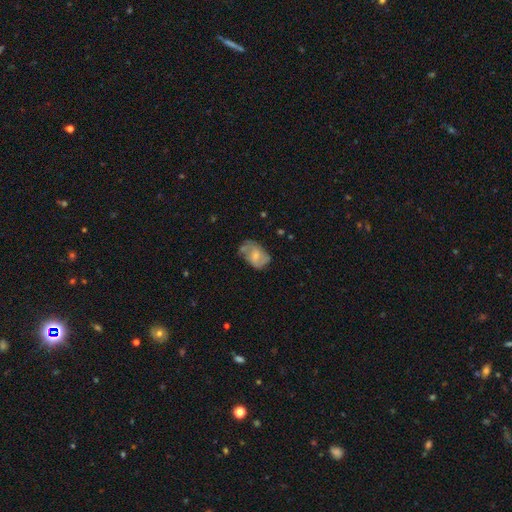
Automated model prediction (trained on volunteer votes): Smooth or featured? Predicted: featured or disk (p=0.52). Edge-on disk? Predicted: no (p=0.96). Bar? Predicted: no (p=0.55). Spiral arms? Predicted: yes (p=0.70). Bulge size? Predicted: small (p=0.44). Merging? Predicted: none (p=0.45).